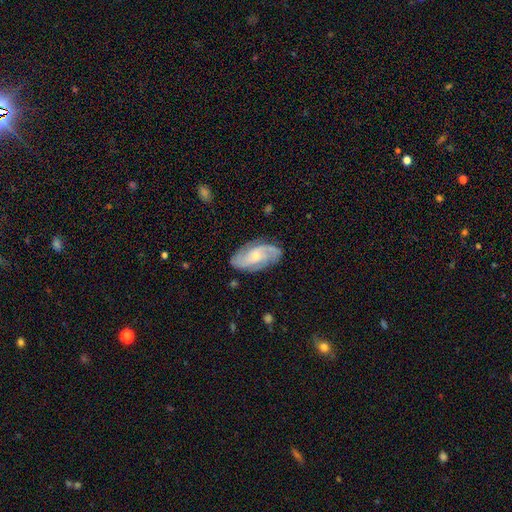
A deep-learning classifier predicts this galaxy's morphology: smooth-or-featured: featured or disk: 82% | smooth: 12% | star or artifact: 5%
  disk-edge-on: no: 96% | yes: 4%
    bar: no: 60% | weak: 33% | strong: 7%
    has-spiral-arms: yes: 97% | no: 3%
      spiral-winding: medium: 47% | tight: 35% | loose: 18%
      spiral-arm-count: 2: 40% | 3: 31% | can't tell: 14% | 4: 7% | 1: 4% | more than 4: 4%
    bulge-size: small: 60% | moderate: 36% | none: 2% | large: 2% | dominant: 1%
  merging: none: 80% | minor disturbance: 15% | major disturbance: 4% | merger: 1%